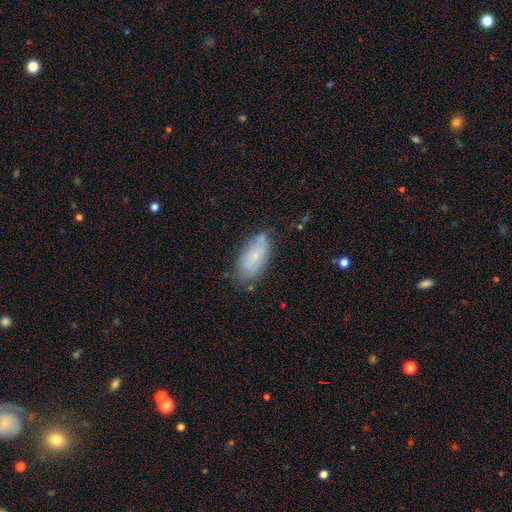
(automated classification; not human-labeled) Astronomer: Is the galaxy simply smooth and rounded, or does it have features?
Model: smooth — 62%.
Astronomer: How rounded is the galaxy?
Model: in between — 90%.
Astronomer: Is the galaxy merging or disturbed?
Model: none — 65%.